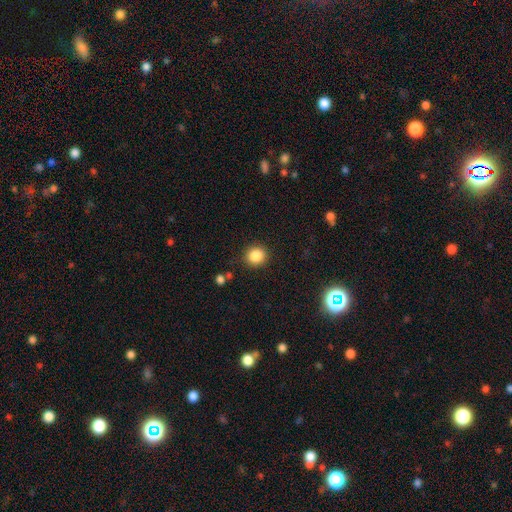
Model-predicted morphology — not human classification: smooth-or-featured: smooth: 86% | star or artifact: 10% | featured or disk: 4%
  how-rounded: round: 89% | in between: 10% | cigar-shaped: 1%
  merging: none: 89% | minor disturbance: 7% | major disturbance: 3% | merger: 2%